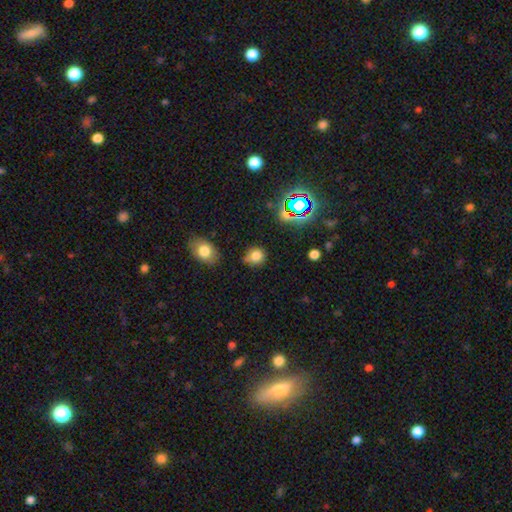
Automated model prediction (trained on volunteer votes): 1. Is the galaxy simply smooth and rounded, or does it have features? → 76% smooth, 16% star or artifact, 8% featured or disk.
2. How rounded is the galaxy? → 75% round, 24% in between, 1% cigar-shaped.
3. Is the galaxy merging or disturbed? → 64% none, 24% minor disturbance, 6% major disturbance, 6% merger.